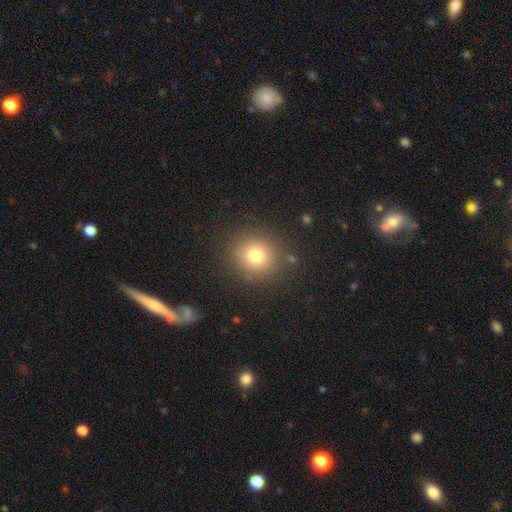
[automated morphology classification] smooth_or_featured: smooth (p=0.77) [alt: star or artifact p=0.14]
how_rounded: round (p=0.87) [alt: in between p=0.12]
merging: none (p=0.87) [alt: minor disturbance p=0.08]